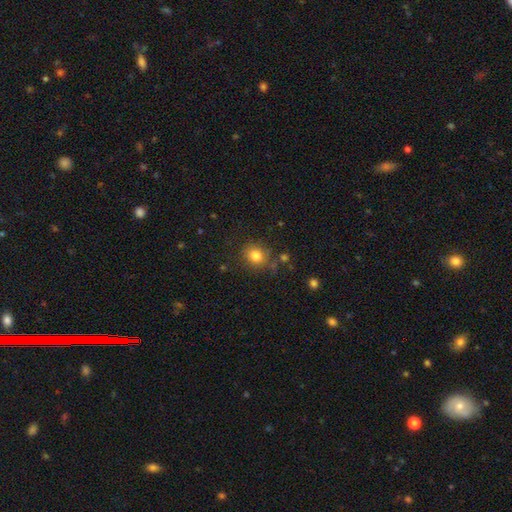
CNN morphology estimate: Smooth or featured? smooth (81%)
How rounded? round (77%)
Merging? none (80%)